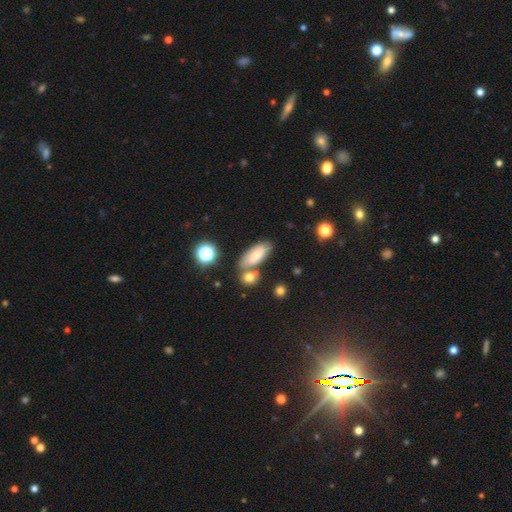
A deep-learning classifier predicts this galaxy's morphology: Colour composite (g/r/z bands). It shows a smooth galaxy with no disk features (71%) that is in between round and cigar-shaped (83%). Merging: none (61%).